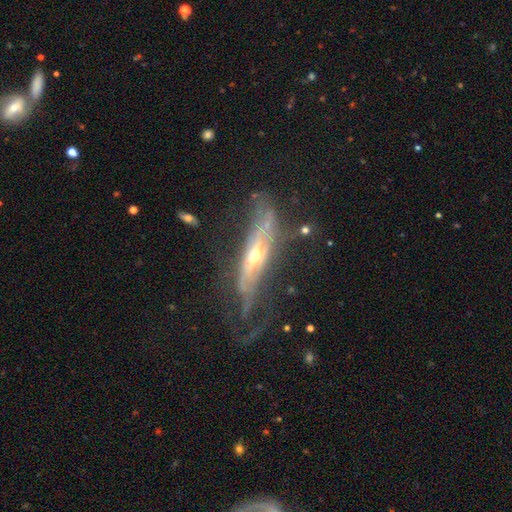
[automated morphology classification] A featured or disk galaxy (79%) viewed edge-on (52%). Merging: none (44%).